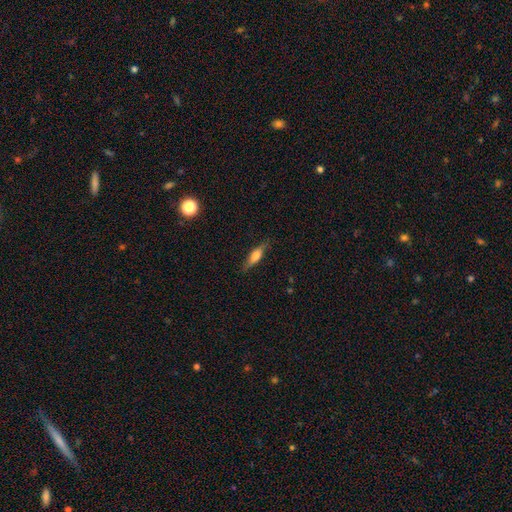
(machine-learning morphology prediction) Smooth or featured? smooth (55%)
How rounded? cigar-shaped (59%)
Merging? none (80%)